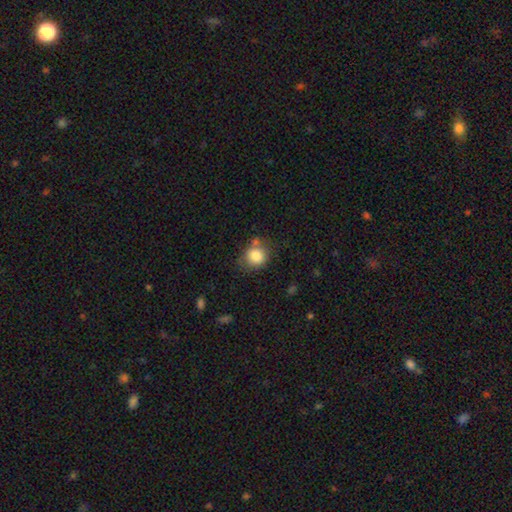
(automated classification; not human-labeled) Overall: smooth (83%). How rounded: round (75%). Merging: none (64%).